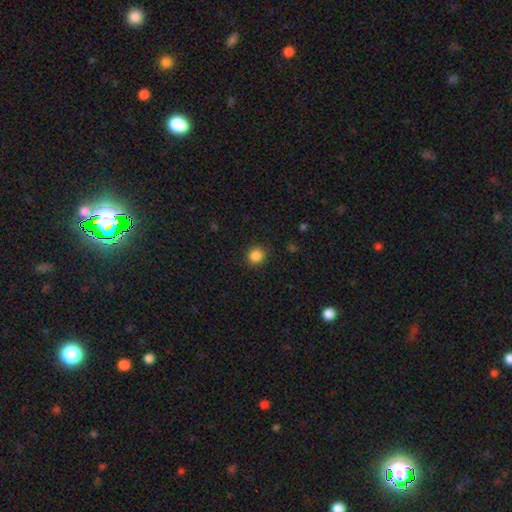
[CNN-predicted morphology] Overall: smooth (86%). How rounded: round (85%). Merging: none (89%).